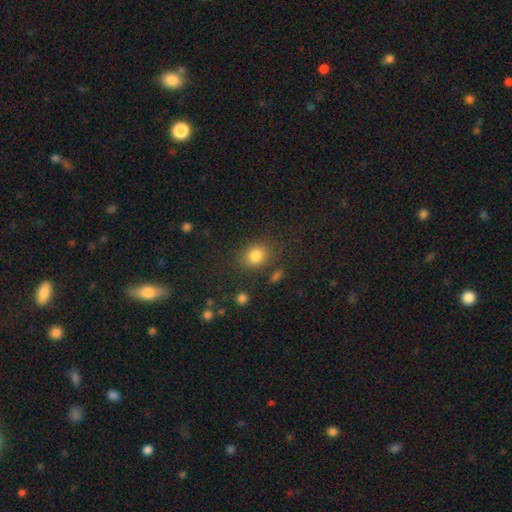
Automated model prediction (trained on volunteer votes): Morphology: type=smooth (82%); roundness=round (58%); merging=none (77%).